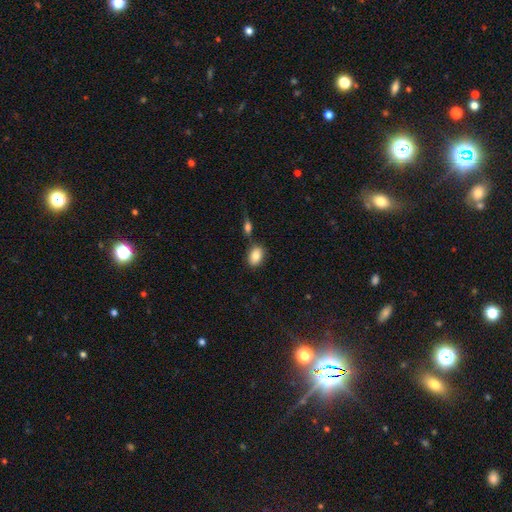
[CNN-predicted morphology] This appears to be a smooth galaxy with no disk features (83%) that is in between round and cigar-shaped (83%). Merging: none (70%).